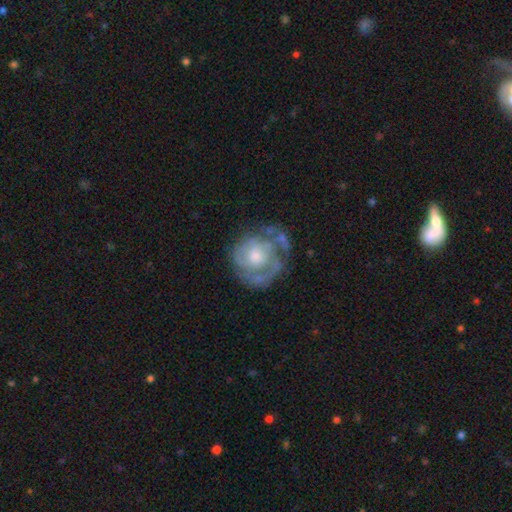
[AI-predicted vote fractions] Q: Smooth or featured?
A: featured or disk (71%); runner-up: smooth (23%)
Q: Edge-on disk?
A: no (98%); runner-up: yes (2%)
Q: Bar?
A: no (80%); runner-up: weak (17%)
Q: Spiral arms?
A: yes (66%); runner-up: no (34%)
Q: Bulge size?
A: moderate (56%); runner-up: small (25%)
Q: Merging?
A: none (54%); runner-up: minor disturbance (24%)